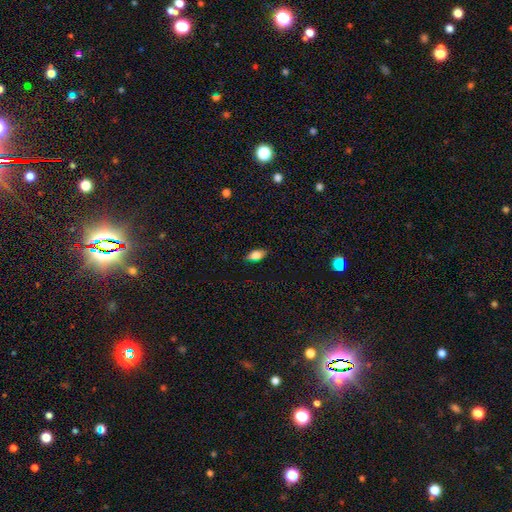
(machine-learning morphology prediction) Overall: smooth (77%). How rounded: in between (85%). Merging: none (81%).